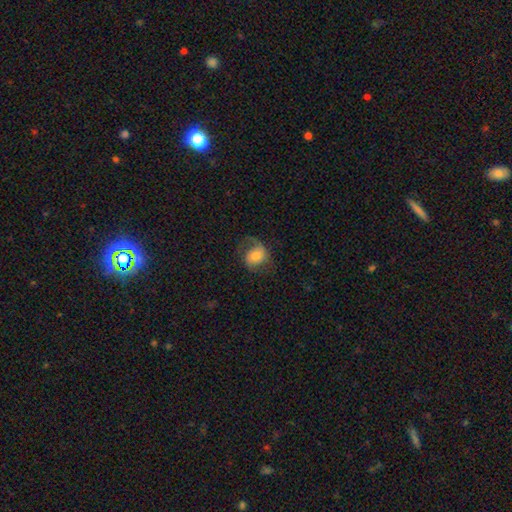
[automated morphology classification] smooth_or_featured: smooth (p=0.46) [alt: featured or disk p=0.45]
merging: none (p=0.57) [alt: minor disturbance p=0.22]